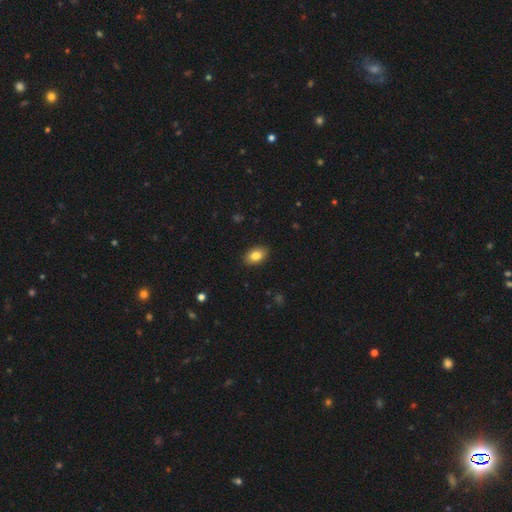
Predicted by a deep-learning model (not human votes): Smooth or featured?
  - smooth: 84% *
  - featured or disk: 9%
  - star or artifact: 8%
How rounded?
  - in between: 87% *
  - round: 12%
  - cigar-shaped: 1%
Merging?
  - none: 89% *
  - minor disturbance: 8%
  - major disturbance: 2%
  - merger: 1%